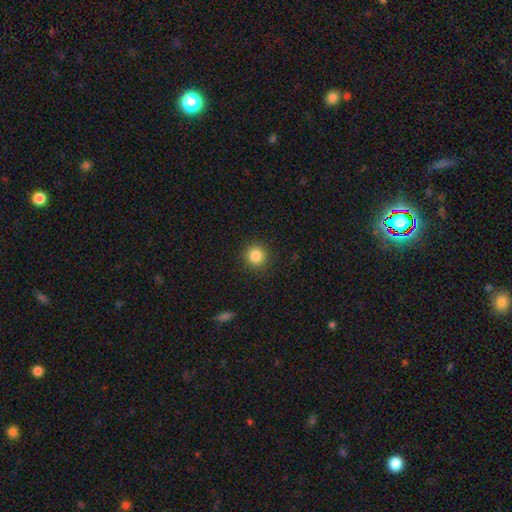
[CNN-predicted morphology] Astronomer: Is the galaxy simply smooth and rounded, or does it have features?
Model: smooth — 86%.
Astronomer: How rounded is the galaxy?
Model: round — 94%.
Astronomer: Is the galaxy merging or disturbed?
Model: none — 91%.